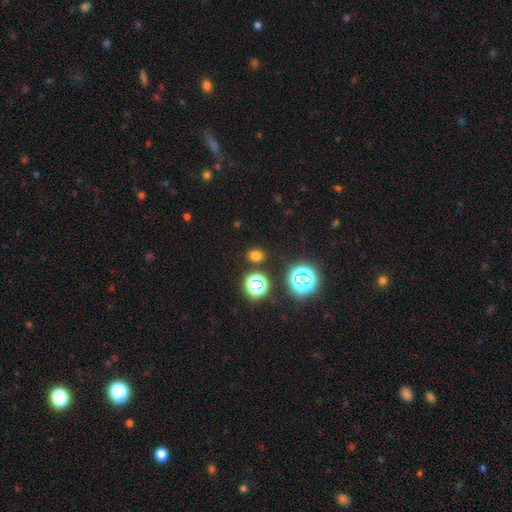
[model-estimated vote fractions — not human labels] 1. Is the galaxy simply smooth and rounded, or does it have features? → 68% smooth, 27% star or artifact, 5% featured or disk.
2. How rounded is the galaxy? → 52% round, 47% in between, 1% cigar-shaped.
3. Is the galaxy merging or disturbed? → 85% none, 9% minor disturbance, 4% merger, 3% major disturbance.